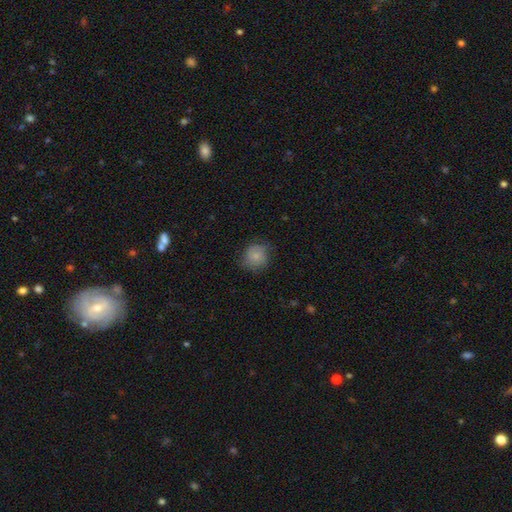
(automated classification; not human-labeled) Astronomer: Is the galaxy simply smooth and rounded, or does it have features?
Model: smooth — 78%.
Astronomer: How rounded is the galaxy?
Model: round — 84%.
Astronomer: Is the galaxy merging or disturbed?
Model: none — 67%.